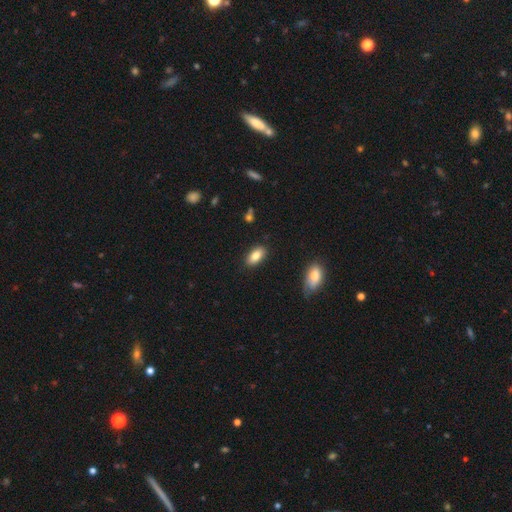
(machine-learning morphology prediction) This appears to be a smooth galaxy with no disk features (85%) that is in between round and cigar-shaped (91%). Merging: none (88%).